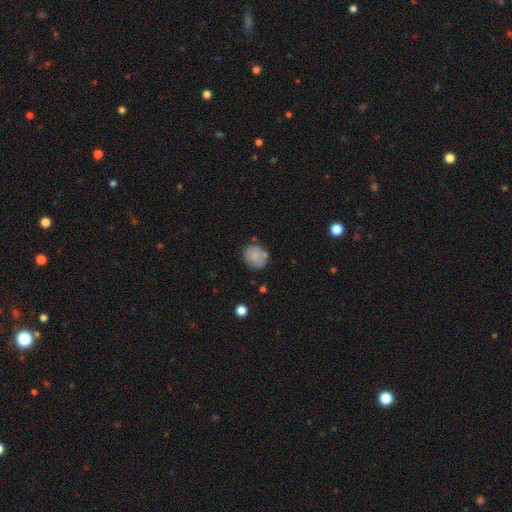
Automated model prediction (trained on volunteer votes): A smooth galaxy with no disk features (77%) that is round (79%). Merging: none (67%).